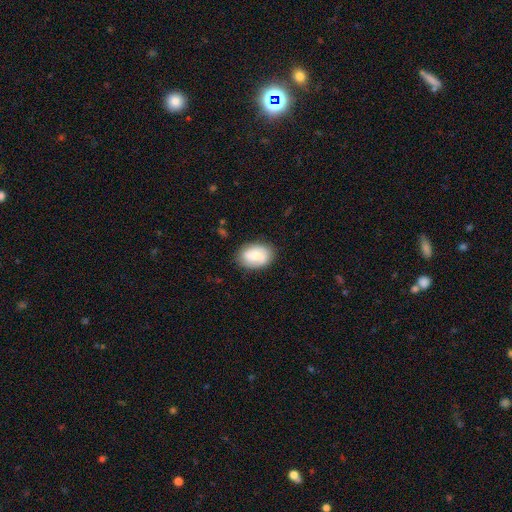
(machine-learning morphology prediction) This appears to be a smooth galaxy with no disk features (54%) that is in between round and cigar-shaped (77%). Merging: none (81%).